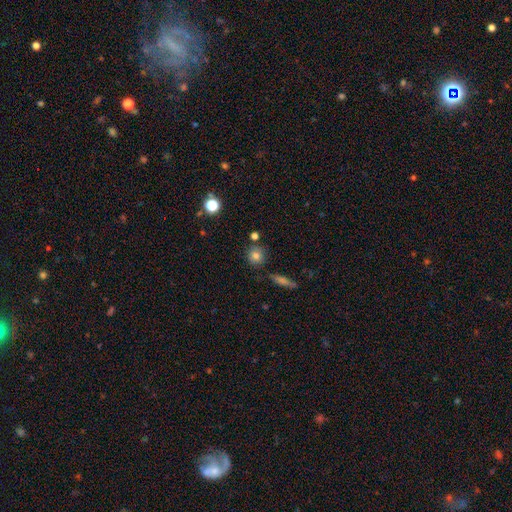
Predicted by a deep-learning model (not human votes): smooth 78%, star or artifact 12%, featured or disk 10%. Down the decision tree: how rounded — round (89%); merging — none (80%).